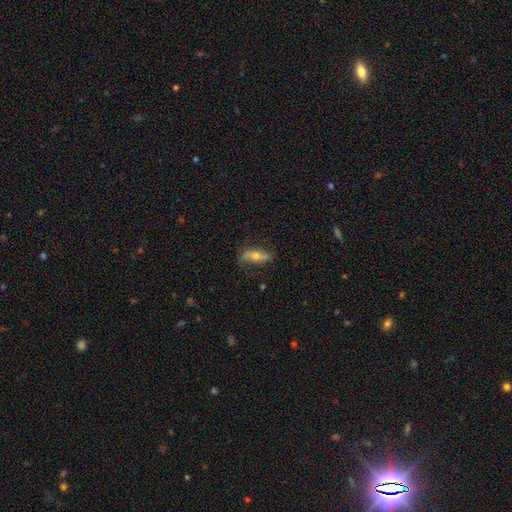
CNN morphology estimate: Smooth or featured? Predicted: featured or disk (p=0.58). Edge-on disk? Predicted: no (p=0.62). Merging? Predicted: none (p=0.70).